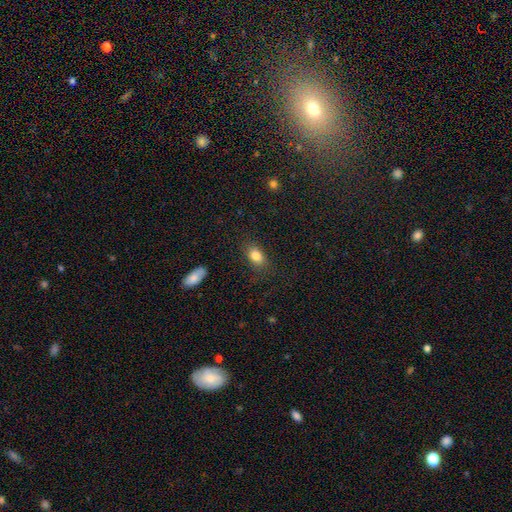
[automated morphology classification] This is clearly a smooth galaxy (83%). How rounded: clearly in between (82%). Merging: clearly none (82%).